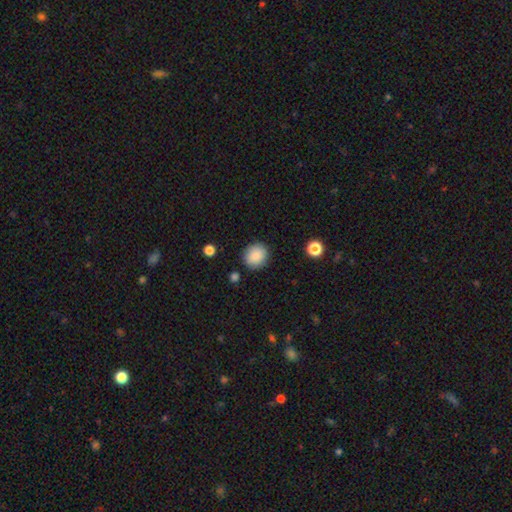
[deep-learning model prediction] Q: Smooth or featured?
A: smooth (88%); runner-up: star or artifact (8%)
Q: How rounded?
A: round (79%); runner-up: in between (20%)
Q: Merging?
A: none (88%); runner-up: minor disturbance (8%)